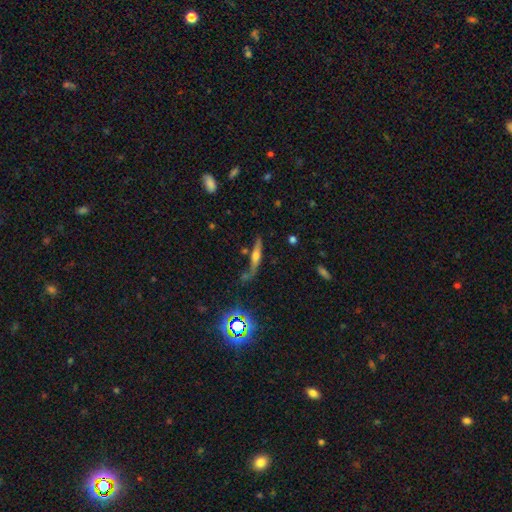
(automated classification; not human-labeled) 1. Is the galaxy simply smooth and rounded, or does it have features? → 55% featured or disk, 33% smooth, 12% star or artifact.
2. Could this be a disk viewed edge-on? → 85% yes, 15% no.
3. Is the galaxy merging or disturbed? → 54% none, 22% minor disturbance, 12% major disturbance, 12% merger.